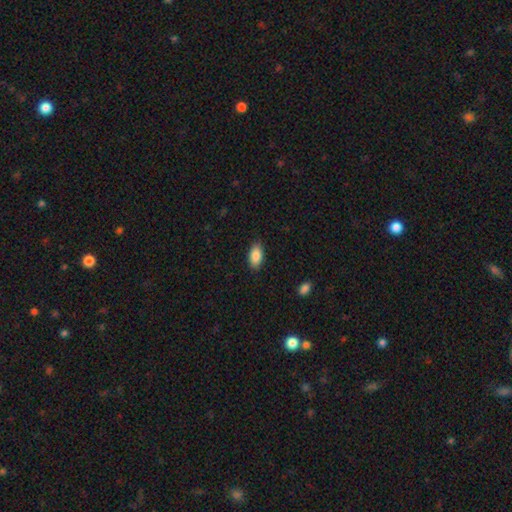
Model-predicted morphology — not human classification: smooth-or-featured: smooth: 88% | star or artifact: 7% | featured or disk: 5%
  how-rounded: in between: 92% | cigar-shaped: 4% | round: 4%
  merging: none: 87% | minor disturbance: 10% | major disturbance: 2% | merger: 1%